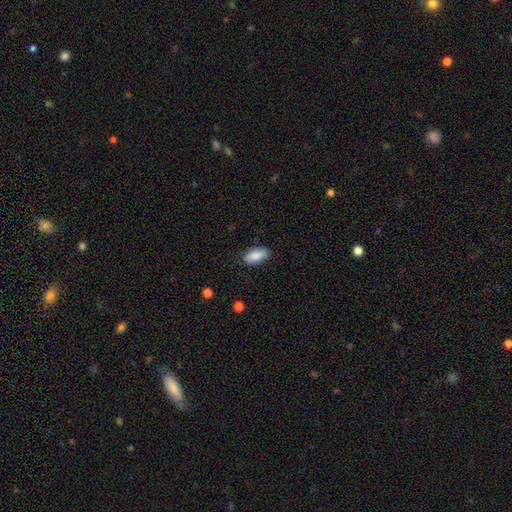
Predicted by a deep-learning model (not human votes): This is clearly a smooth galaxy (84%). How rounded: clearly in between (92%). Merging: clearly none (83%).